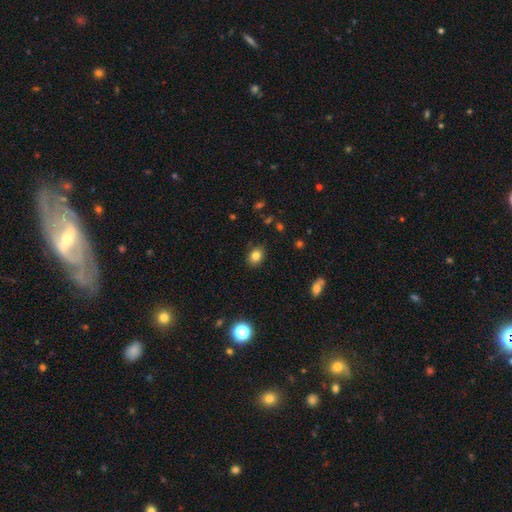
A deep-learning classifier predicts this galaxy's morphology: A smooth galaxy with no disk features (82%) that is in between round and cigar-shaped (54%). Merging: none (87%).